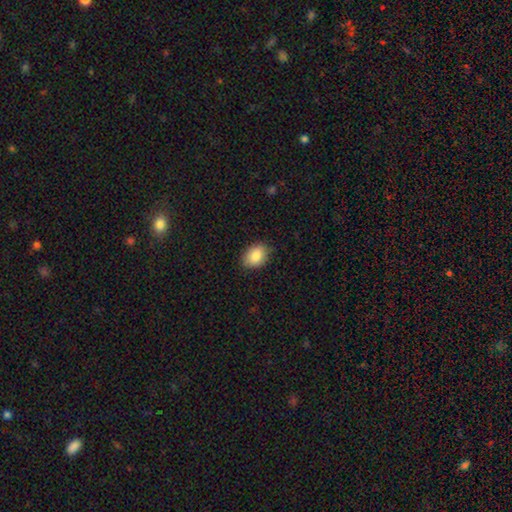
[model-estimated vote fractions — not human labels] Smooth or featured: smooth — 88% (star or artifact — 7%)
How rounded: in between — 78% (round — 21%)
Merging: none — 84% (minor disturbance — 13%)